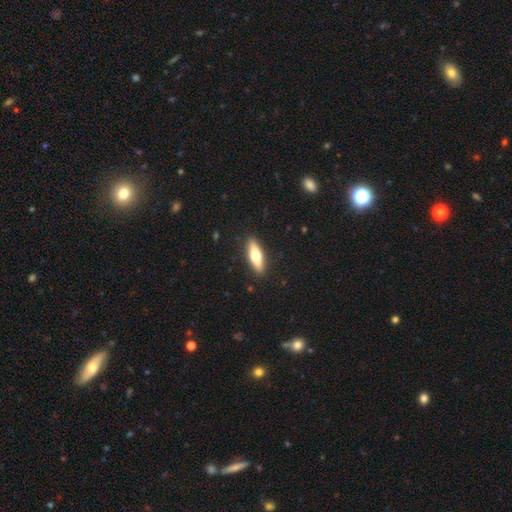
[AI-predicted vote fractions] Smooth or featured? Predicted: smooth (p=0.59). How rounded? Predicted: cigar-shaped (p=0.53). Merging? Predicted: none (p=0.90).